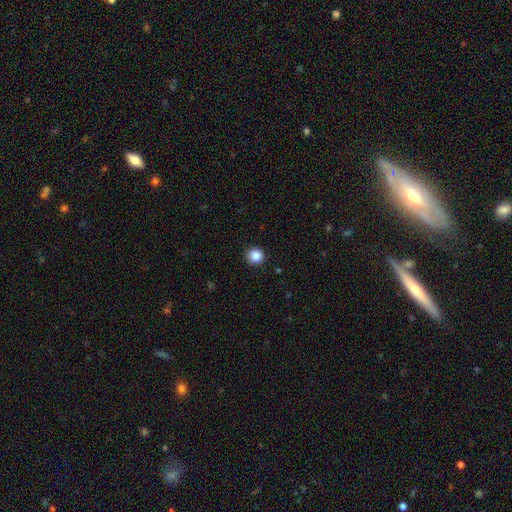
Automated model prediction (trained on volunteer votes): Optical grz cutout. It shows a smooth galaxy with no disk features (87%) that is round (91%). Merging: none (90%).